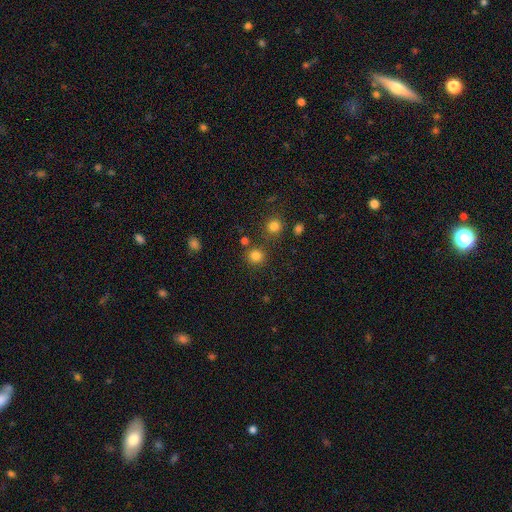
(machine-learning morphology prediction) The model was most divided on "smooth or featured": smooth: 81%, star or artifact: 14%, featured or disk: 4%. More confident: how rounded — round (90%); merging — none (81%).